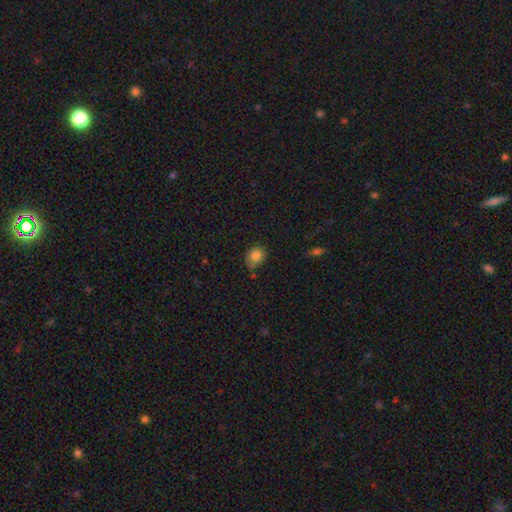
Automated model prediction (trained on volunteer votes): This appears to be a smooth galaxy with no disk features (84%) that is round (62%). Merging: none (63%).